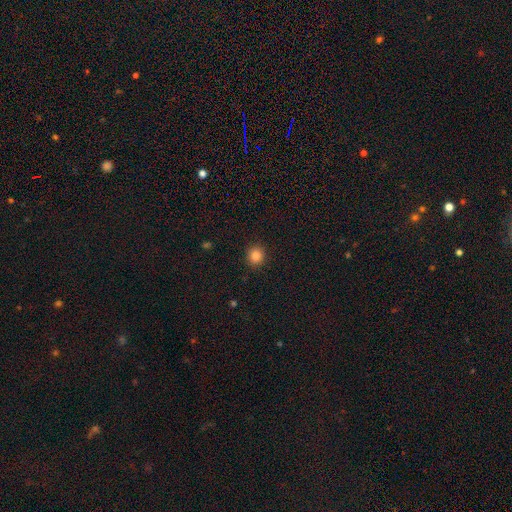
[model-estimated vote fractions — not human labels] A smooth galaxy with no disk features (85%) that is round (88%). Merging: none (91%).